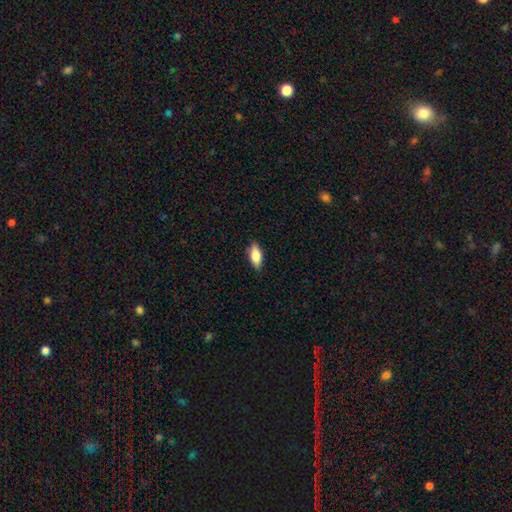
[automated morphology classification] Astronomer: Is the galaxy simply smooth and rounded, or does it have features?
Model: smooth — 77%.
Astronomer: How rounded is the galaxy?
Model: in between — 80%.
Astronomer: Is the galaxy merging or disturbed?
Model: none — 85%.